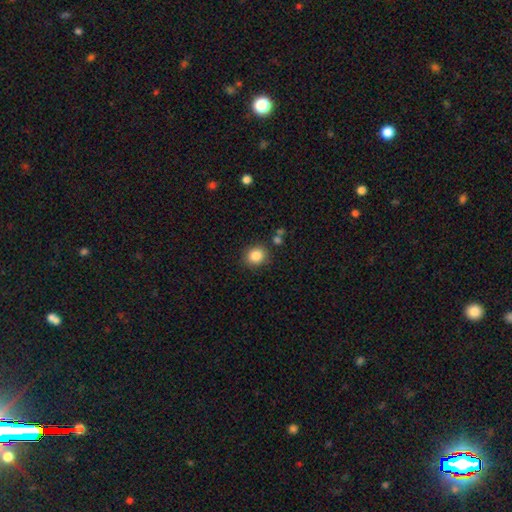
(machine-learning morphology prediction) Smooth or featured?
  - smooth: 85% *
  - star or artifact: 10%
  - featured or disk: 5%
How rounded?
  - round: 81% *
  - in between: 18%
  - cigar-shaped: 1%
Merging?
  - none: 85% *
  - minor disturbance: 9%
  - merger: 3%
  - major disturbance: 3%